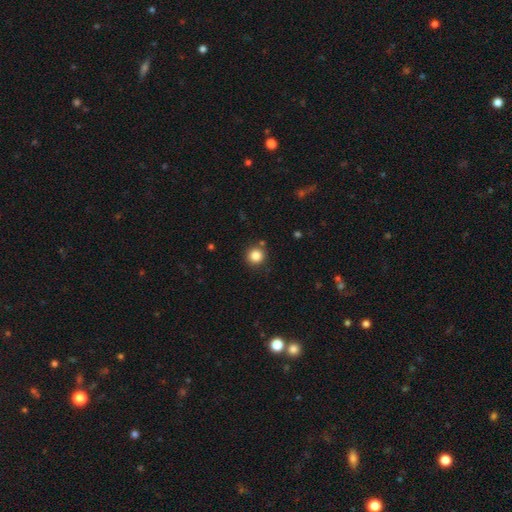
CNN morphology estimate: This is clearly a smooth galaxy (84%). How rounded: clearly round (93%). Merging: clearly none (86%).